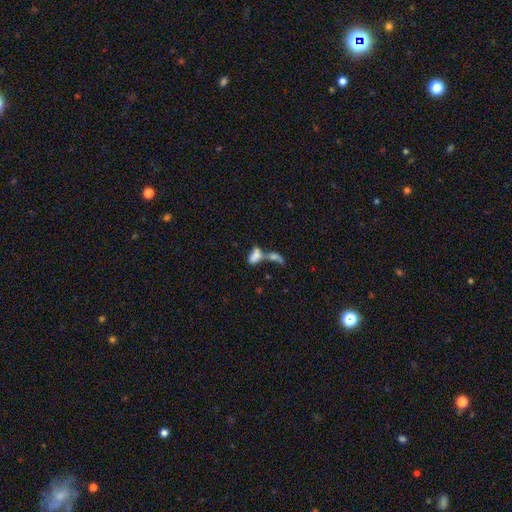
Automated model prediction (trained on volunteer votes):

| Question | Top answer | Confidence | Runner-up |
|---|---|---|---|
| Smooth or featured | smooth | 68% | featured or disk (21%) |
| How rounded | in between | 86% | round (8%) |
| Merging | merger | 70% | none (14%) |